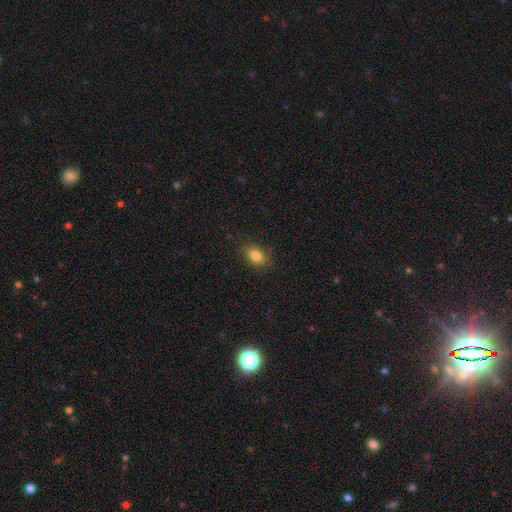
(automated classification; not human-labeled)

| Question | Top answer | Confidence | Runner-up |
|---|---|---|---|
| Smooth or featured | smooth | 84% | star or artifact (10%) |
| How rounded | in between | 79% | round (19%) |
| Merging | none | 84% | minor disturbance (12%) |